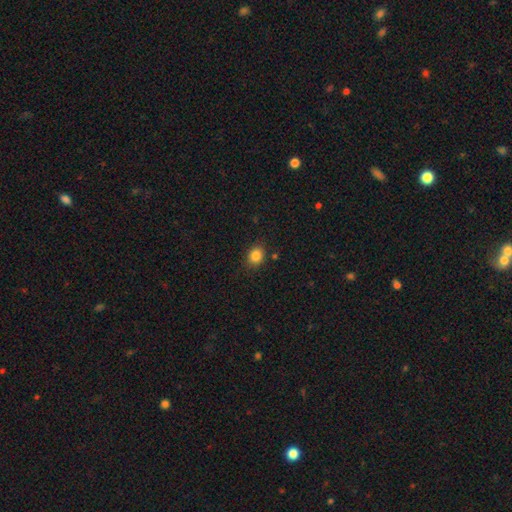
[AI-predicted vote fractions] The model was most divided on "how rounded": round: 55%, in between: 44%, cigar-shaped: 1%. More confident: smooth or featured — smooth (84%); merging — none (84%).